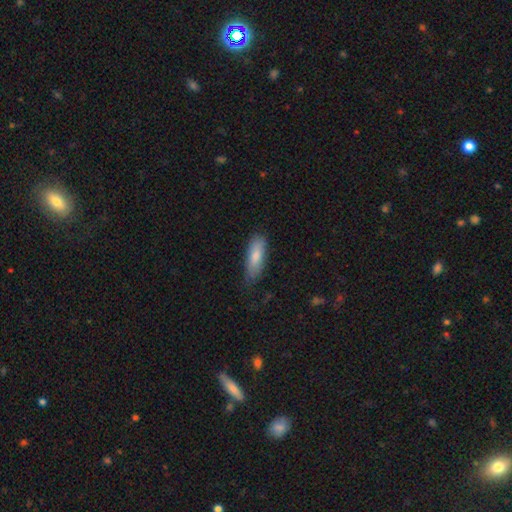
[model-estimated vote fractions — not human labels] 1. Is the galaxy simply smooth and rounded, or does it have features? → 81% smooth, 13% featured or disk, 6% star or artifact.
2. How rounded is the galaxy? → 59% in between, 39% cigar-shaped, 2% round.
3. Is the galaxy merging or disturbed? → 68% none, 25% minor disturbance, 5% major disturbance, 1% merger.